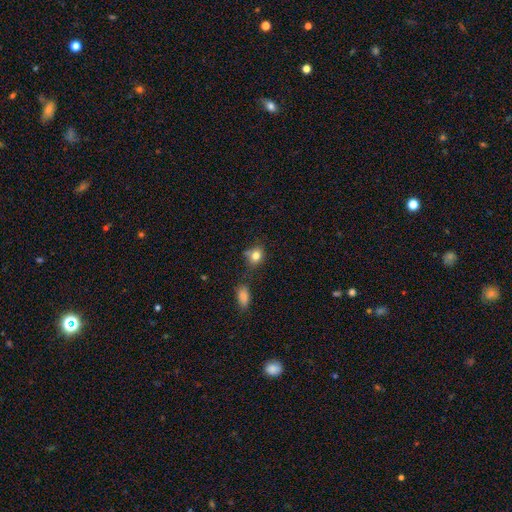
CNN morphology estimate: smooth_or_featured: smooth (p=0.80) [alt: star or artifact p=0.11]
how_rounded: round (p=0.53) [alt: in between p=0.45]
merging: none (p=0.59) [alt: minor disturbance p=0.23]